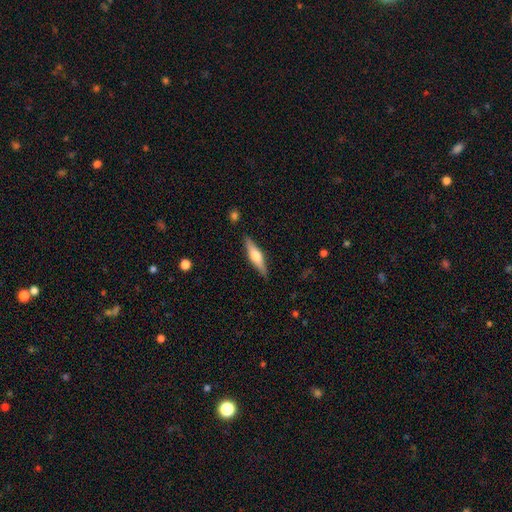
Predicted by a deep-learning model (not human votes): The model was most divided on "smooth or featured": featured or disk: 57%, smooth: 37%, star or artifact: 6%. More confident: edge-on disk — yes (96%); edge-on bulge — rounded (88%); merging — none (88%).